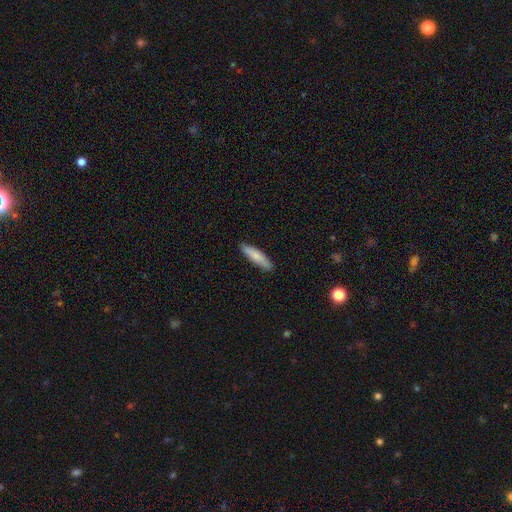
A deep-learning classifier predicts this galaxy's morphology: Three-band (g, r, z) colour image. It shows a smooth galaxy with no disk features (78%) that is cigar-shaped (75%). Merging: none (87%).